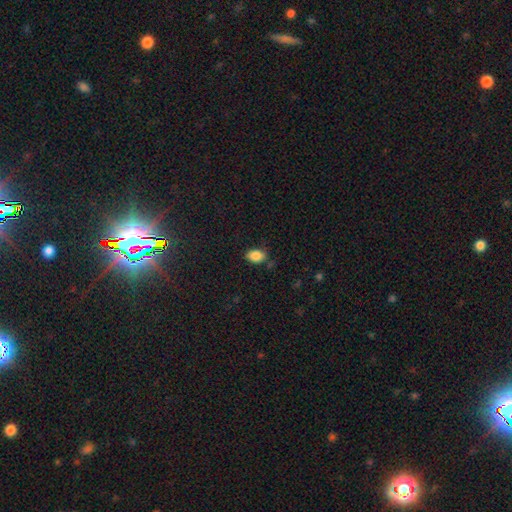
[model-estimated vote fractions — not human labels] smooth-or-featured: smooth: 87% | star or artifact: 9% | featured or disk: 4%
  how-rounded: in between: 84% | round: 15% | cigar-shaped: 1%
  merging: none: 78% | minor disturbance: 16% | major disturbance: 3% | merger: 3%